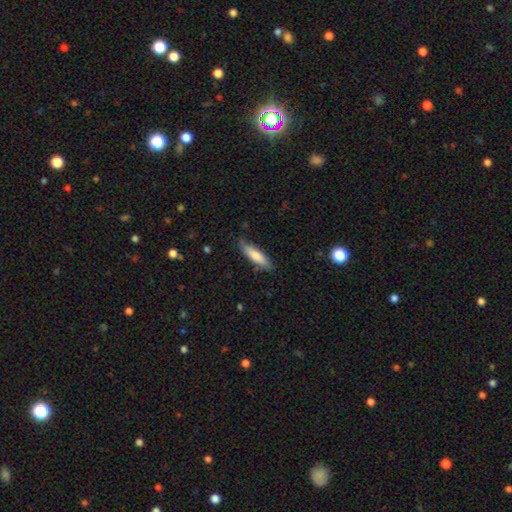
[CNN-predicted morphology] Smooth or featured?
  - smooth: 79% *
  - featured or disk: 16%
  - star or artifact: 6%
How rounded?
  - cigar-shaped: 68% *
  - in between: 31%
  - round: 1%
Merging?
  - none: 80% *
  - minor disturbance: 16%
  - major disturbance: 3%
  - merger: 1%